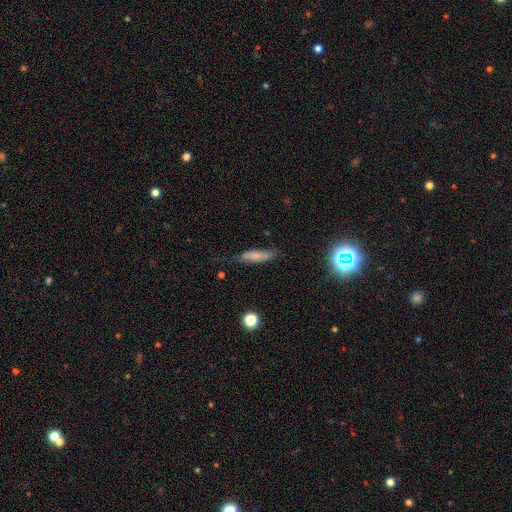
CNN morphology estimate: Q: Smooth or featured?
A: smooth (67%); runner-up: featured or disk (23%)
Q: How rounded?
A: cigar-shaped (66%); runner-up: in between (32%)
Q: Merging?
A: none (53%); runner-up: minor disturbance (29%)